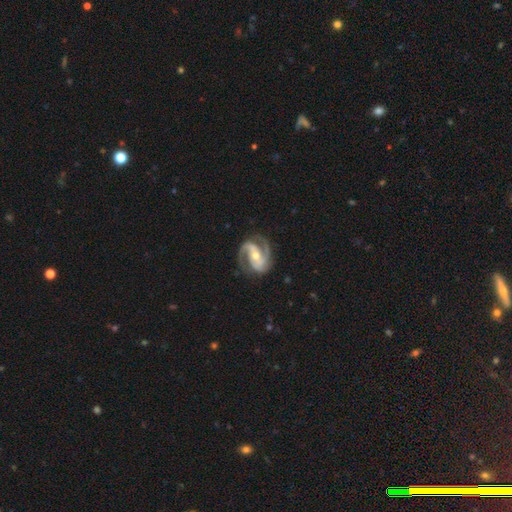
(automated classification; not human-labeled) Smooth or featured? Predicted: featured or disk (p=0.92). Edge-on disk? Predicted: no (p=0.98). Bar? Predicted: strong (p=0.34, tied with weak). Spiral arms? Predicted: yes (p=0.98). Spiral winding? Predicted: medium (p=0.55). Spiral arm count? Predicted: 2 (p=0.69). Bulge size? Predicted: moderate (p=0.56). Merging? Predicted: none (p=0.76).